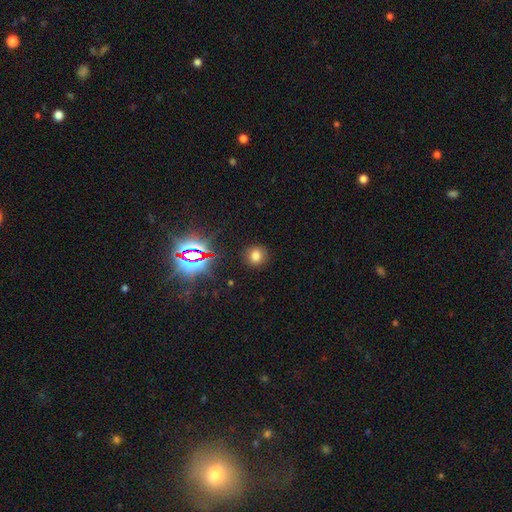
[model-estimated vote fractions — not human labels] A smooth galaxy with no disk features (71%) that is round (84%).

Vote fractions:
- Smooth or featured? smooth: 71% / star or artifact: 21% / featured or disk: 8%
- How rounded? round: 84% / in between: 15% / cigar-shaped: 1%
- Merging? none: 89% / minor disturbance: 7% / major disturbance: 3% / merger: 1%